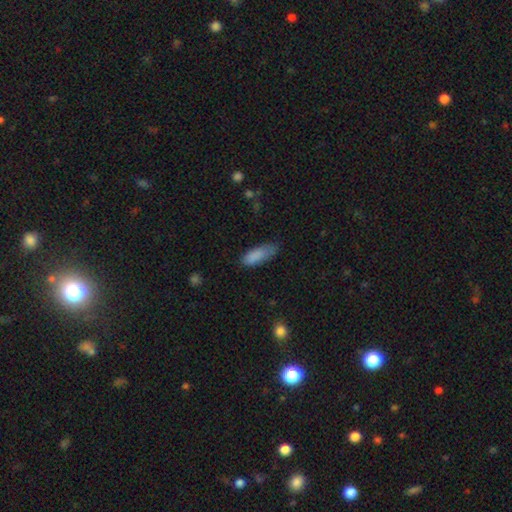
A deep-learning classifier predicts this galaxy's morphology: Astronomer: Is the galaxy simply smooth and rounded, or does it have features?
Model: smooth — 86%.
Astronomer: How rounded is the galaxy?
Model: in between — 70%.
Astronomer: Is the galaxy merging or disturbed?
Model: none — 57% (runner-up: minor disturbance, 33%).